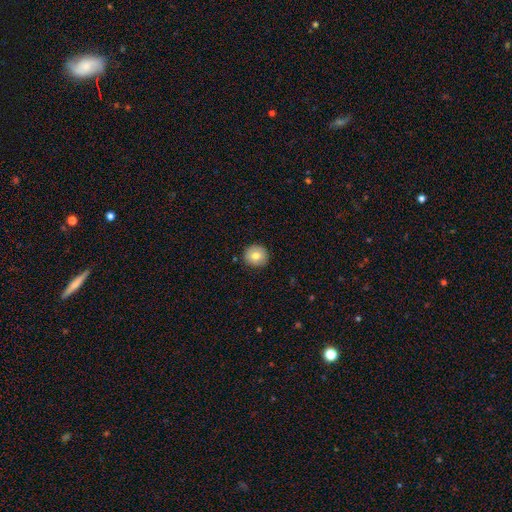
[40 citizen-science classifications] Morphology: type=smooth (72%); roundness=round (100%); merging=none (97%).